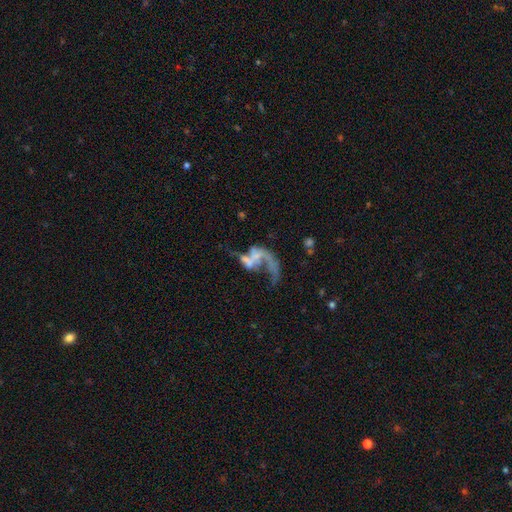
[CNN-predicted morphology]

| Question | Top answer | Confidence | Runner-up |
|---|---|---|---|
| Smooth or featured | featured or disk | 70% | smooth (18%) |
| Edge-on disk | no | 97% | yes (3%) |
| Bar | no | 73% | weak (19%) |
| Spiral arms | yes | 50% | tied: no (50%) |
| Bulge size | none | 63% | small (22%) |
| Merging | major disturbance | 42% | merger (31%) |